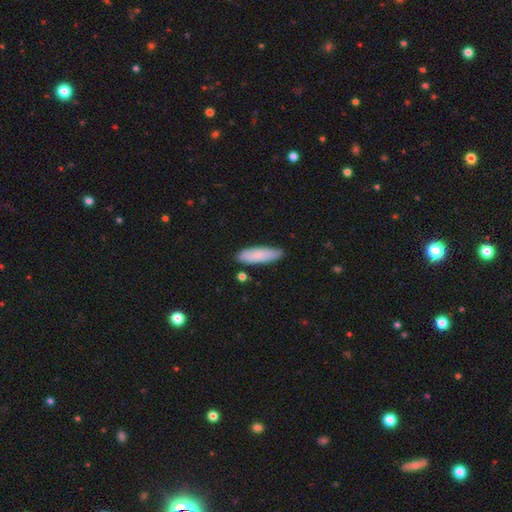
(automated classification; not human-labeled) This is likely a smooth galaxy (78%). How rounded: possibly in between (52%). Merging: likely none (79%).